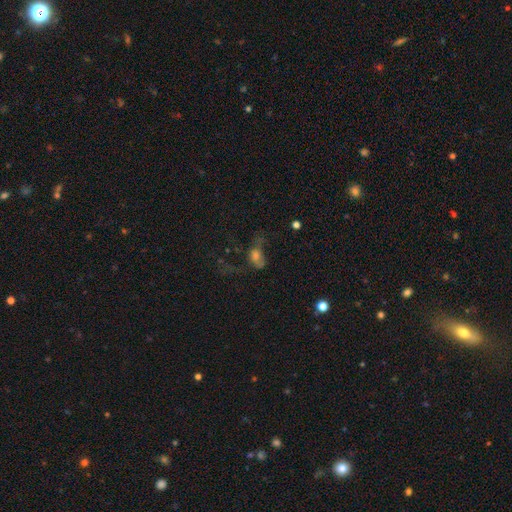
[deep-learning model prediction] smooth_or_featured: smooth (p=0.43) [alt: featured or disk p=0.32]
merging: major disturbance (p=0.50) [alt: none p=0.28]